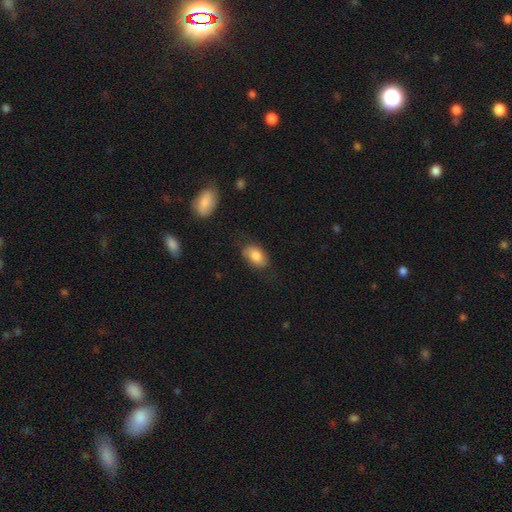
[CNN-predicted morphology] Overall: smooth (83%). How rounded: in between (91%). Merging: none (70%).